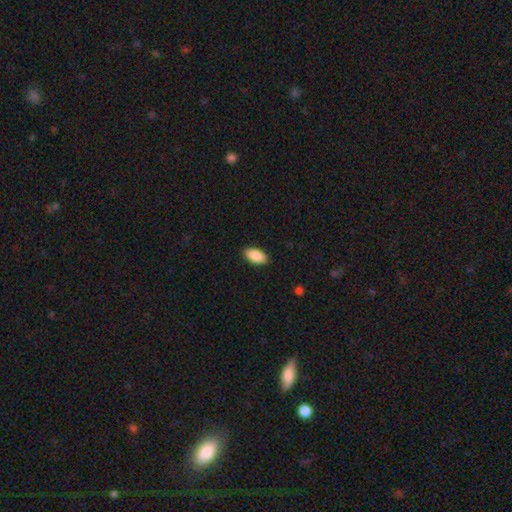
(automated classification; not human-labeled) This appears to be a smooth galaxy with no disk features (90%) that is in between round and cigar-shaped (94%). Merging: none (89%).